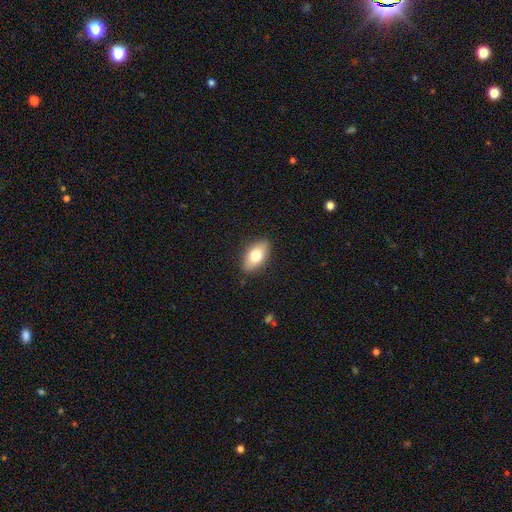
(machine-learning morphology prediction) Overall: smooth (76%). How rounded: in between (90%). Merging: none (87%).